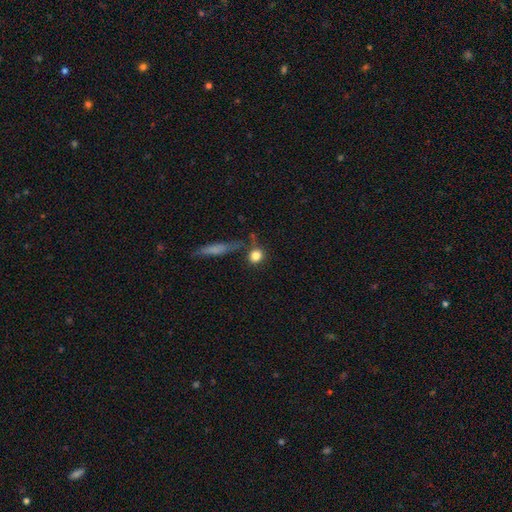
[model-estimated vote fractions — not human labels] The model was most divided on "merging": none: 69%, minor disturbance: 13%, merger: 11%, major disturbance: 6%. More confident: smooth or featured — smooth (82%); how rounded — round (77%).